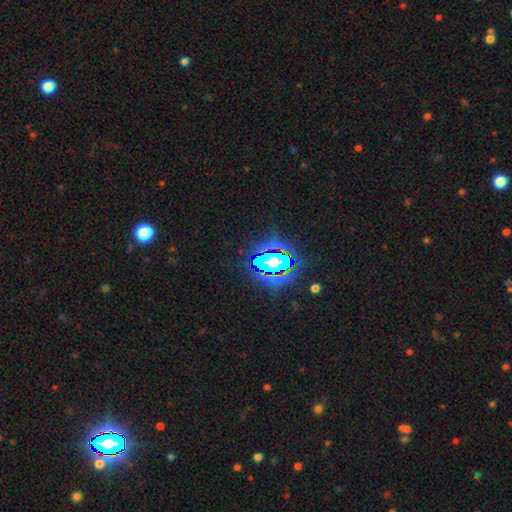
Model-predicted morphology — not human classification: Q: Smooth or featured?
A: star or artifact (81%); runner-up: smooth (11%)